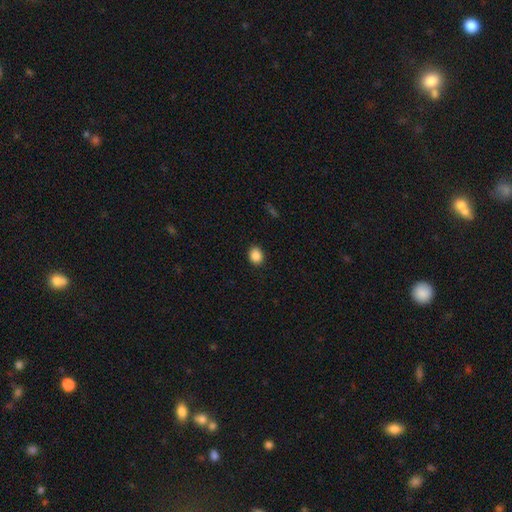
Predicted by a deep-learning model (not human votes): Smooth or featured: smooth — 88% (star or artifact — 9%)
How rounded: round — 55% (in between — 44%)
Merging: none — 90% (minor disturbance — 7%)